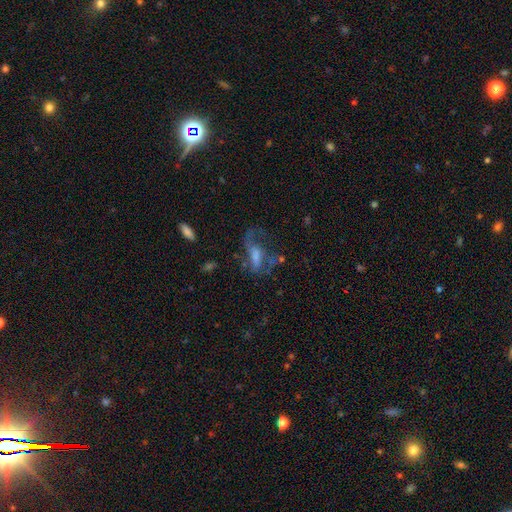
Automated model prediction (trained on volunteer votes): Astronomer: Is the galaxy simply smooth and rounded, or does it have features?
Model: featured or disk — 63%.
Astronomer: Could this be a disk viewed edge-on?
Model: no — 90%.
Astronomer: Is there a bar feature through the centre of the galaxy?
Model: no — 42% (runner-up: weak, 40%).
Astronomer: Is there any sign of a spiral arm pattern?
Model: yes — 70%.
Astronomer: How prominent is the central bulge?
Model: moderate — 34% (runner-up: small, 33%).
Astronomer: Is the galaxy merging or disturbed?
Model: none — 40% (runner-up: major disturbance, 37%).